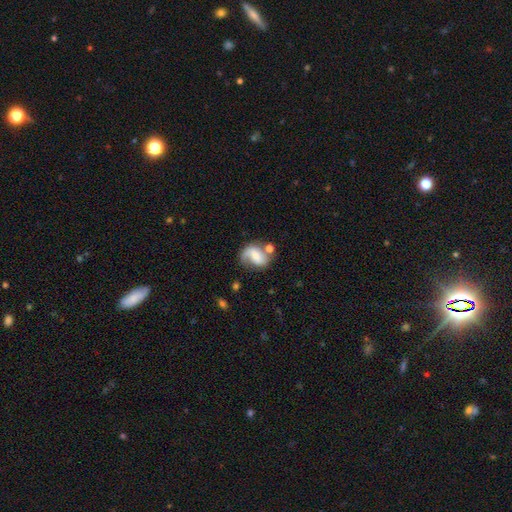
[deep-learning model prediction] Smooth or featured: featured or disk — 58% (smooth — 34%)
Edge-on disk: no — 97% (yes — 3%)
Bar: no — 48% (weak — 38%)
Spiral arms: yes — 87% (no — 13%)
Bulge size: small — 34% (moderate — 31%)
Merging: none — 43% (minor disturbance — 22%)